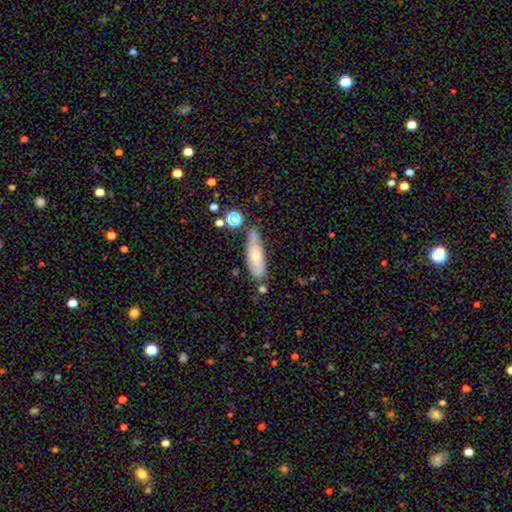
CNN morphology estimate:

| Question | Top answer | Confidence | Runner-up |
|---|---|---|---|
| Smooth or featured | smooth | 61% | featured or disk (31%) |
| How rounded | in between | 50% | cigar-shaped (48%) |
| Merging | none | 51% | minor disturbance (26%) |